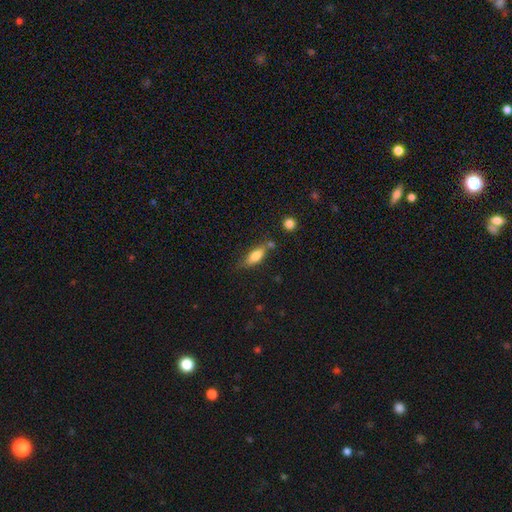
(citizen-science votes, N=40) This appears to be a smooth galaxy with no disk features (85%) that is in between round and cigar-shaped (62%). Merging: none (62%).